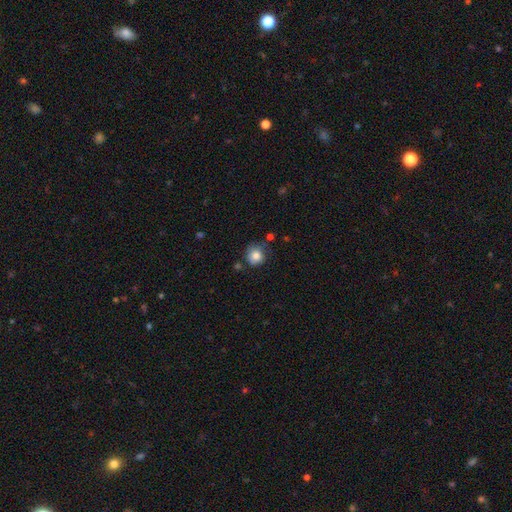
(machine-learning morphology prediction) Overall: smooth (82%). How rounded: round (89%). Merging: none (70%).